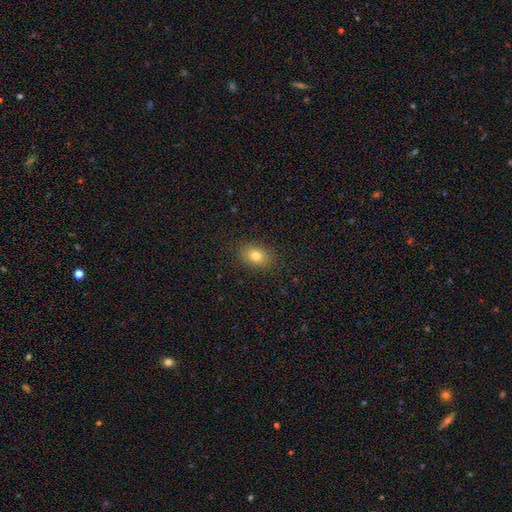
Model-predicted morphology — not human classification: The model was most divided on "how rounded": in between: 73%, round: 26%, cigar-shaped: 1%. More confident: merging — none (88%); smooth or featured — smooth (78%).